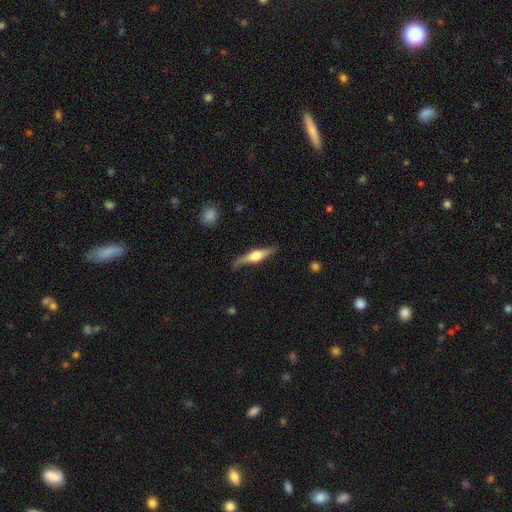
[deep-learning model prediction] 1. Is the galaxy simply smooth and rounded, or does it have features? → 69% featured or disk, 26% smooth, 5% star or artifact.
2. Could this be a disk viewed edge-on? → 96% yes, 4% no.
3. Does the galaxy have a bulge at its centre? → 91% rounded, 6% boxy, 2% none.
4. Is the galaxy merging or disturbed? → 80% none, 15% minor disturbance, 3% major disturbance, 2% merger.